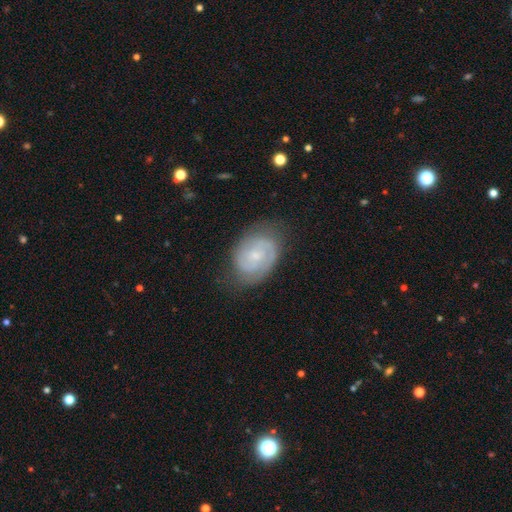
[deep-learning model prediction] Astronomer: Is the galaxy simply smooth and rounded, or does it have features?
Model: featured or disk — 75%.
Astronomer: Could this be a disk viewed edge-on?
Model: no — 97%.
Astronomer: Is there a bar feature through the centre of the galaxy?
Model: no — 60% (runner-up: weak, 35%).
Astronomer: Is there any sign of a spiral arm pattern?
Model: yes — 92%.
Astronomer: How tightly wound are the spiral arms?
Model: tight — 56% (runner-up: medium, 35%).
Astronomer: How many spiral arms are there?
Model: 2 — 67%.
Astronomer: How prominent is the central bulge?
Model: small — 65%.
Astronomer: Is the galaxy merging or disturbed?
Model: none — 71%.